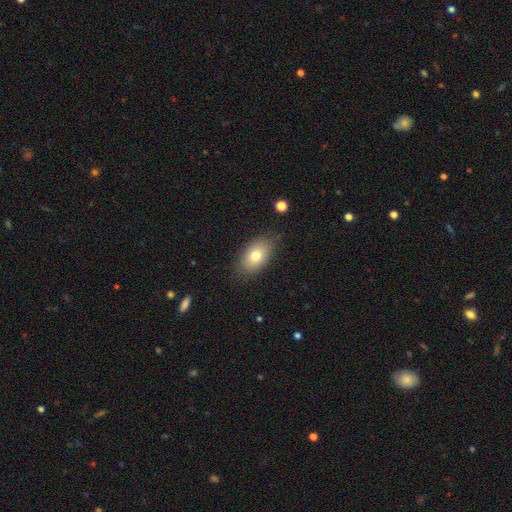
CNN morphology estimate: Smooth or featured? smooth (77%)
How rounded? in between (89%)
Merging? none (80%)